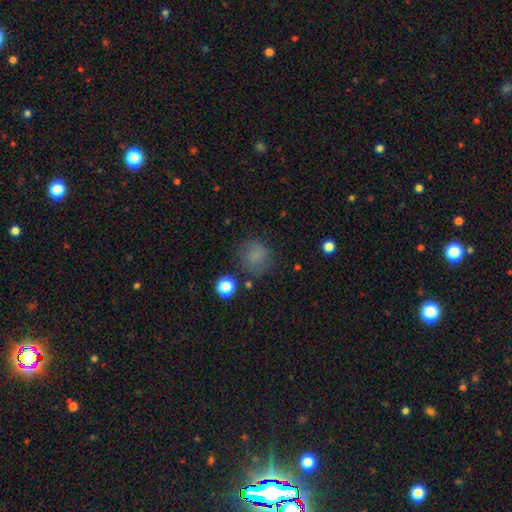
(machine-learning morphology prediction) type=smooth (78%); roundness=round (81%); merging=none (72%).